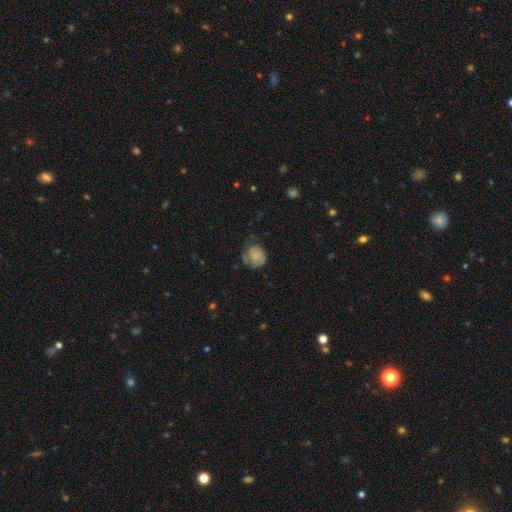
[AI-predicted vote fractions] This is likely a smooth galaxy (67%). How rounded: likely round (69%). Merging: possibly none (47%).